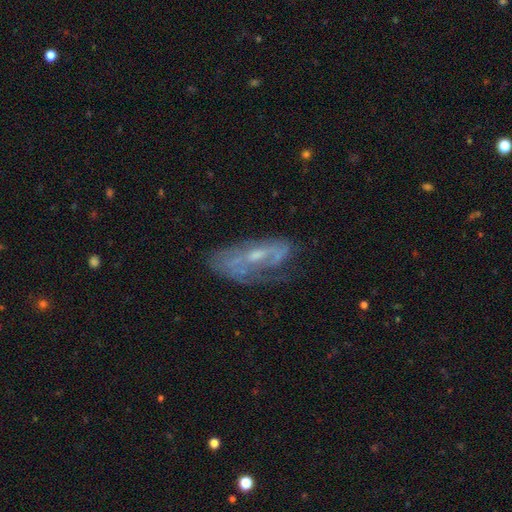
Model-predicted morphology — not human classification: Smooth or featured? featured or disk (69%)
Edge-on disk? no (86%)
Bar? no (49%)
Spiral arms? yes (68%)
Bulge size? small (54%)
Merging? none (51%)